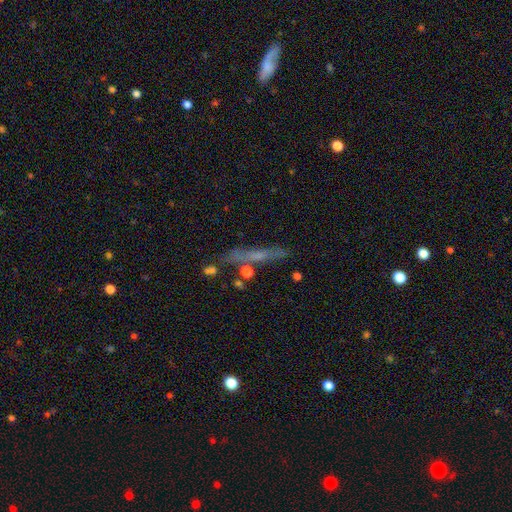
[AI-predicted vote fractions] smooth_or_featured: featured or disk (p=0.50) [alt: smooth p=0.36]
merging: none (p=0.72) [alt: minor disturbance p=0.15]